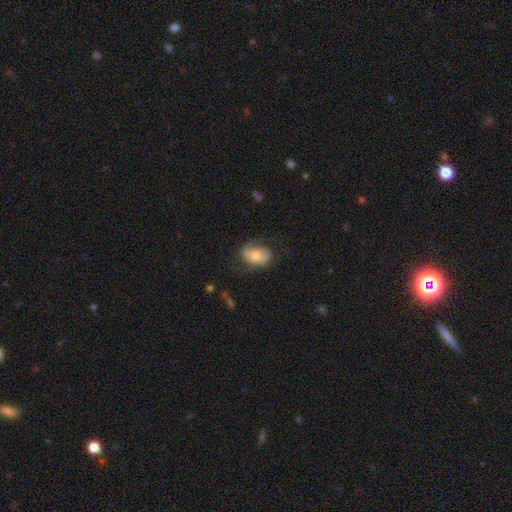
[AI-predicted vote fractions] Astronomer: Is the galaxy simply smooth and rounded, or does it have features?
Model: smooth — 55% (runner-up: featured or disk, 37%).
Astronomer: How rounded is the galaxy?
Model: in between — 82%.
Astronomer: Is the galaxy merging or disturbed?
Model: none — 57%.